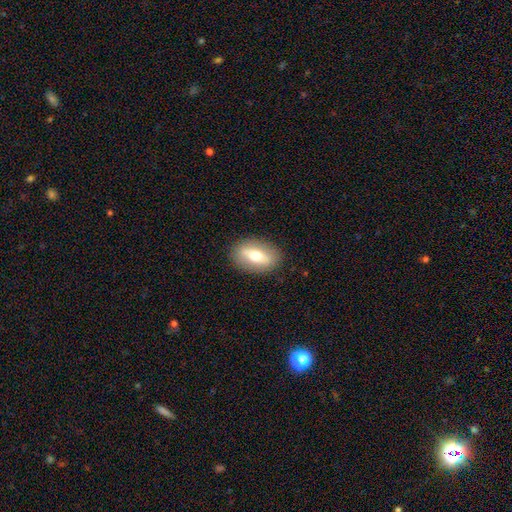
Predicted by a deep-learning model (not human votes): Q: Smooth or featured?
A: smooth (56%); runner-up: featured or disk (36%)
Q: How rounded?
A: in between (83%); runner-up: round (11%)
Q: Merging?
A: none (87%); runner-up: minor disturbance (9%)